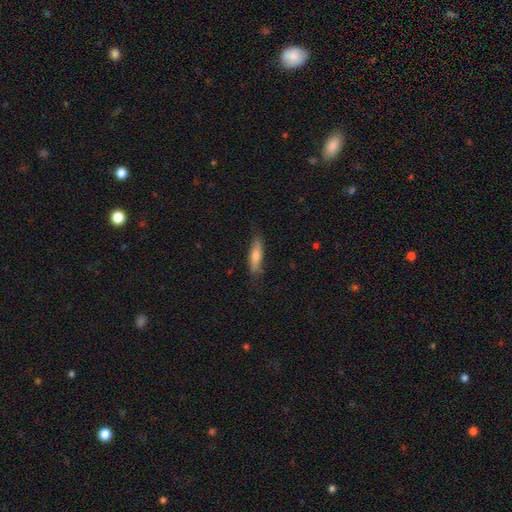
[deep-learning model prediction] This appears to be a smooth galaxy with no disk features (68%) that is cigar-shaped (69%). Merging: none (76%).